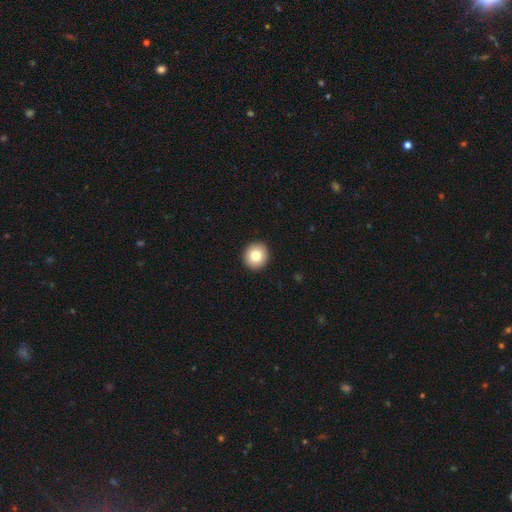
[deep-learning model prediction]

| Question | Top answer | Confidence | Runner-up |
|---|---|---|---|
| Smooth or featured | smooth | 80% | featured or disk (11%) |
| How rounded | round | 92% | in between (7%) |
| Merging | none | 94% | minor disturbance (4%) |